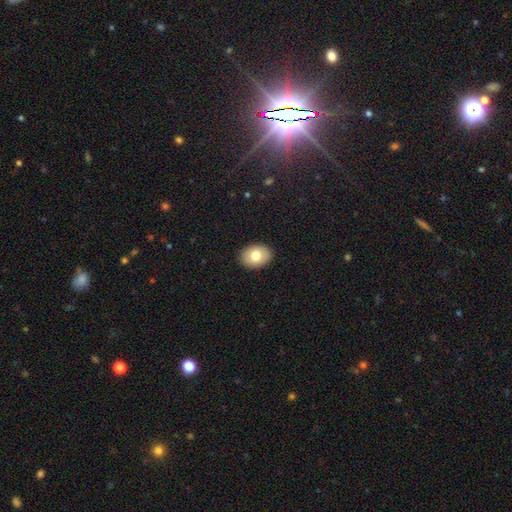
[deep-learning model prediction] Smooth or featured? Predicted: smooth (p=0.78). How rounded? Predicted: in between (p=0.72). Merging? Predicted: none (p=0.90).